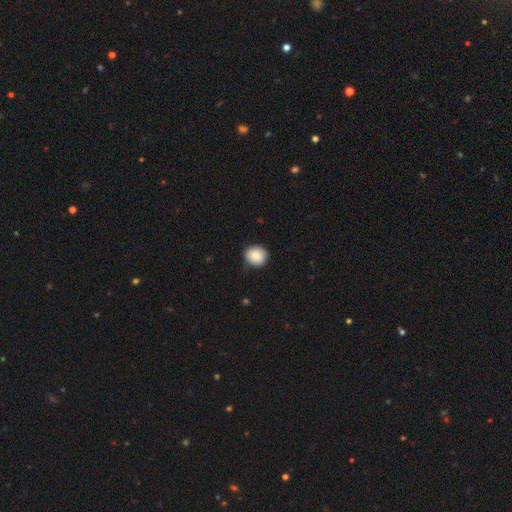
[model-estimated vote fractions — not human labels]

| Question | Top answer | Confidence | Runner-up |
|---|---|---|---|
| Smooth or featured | smooth | 87% | star or artifact (8%) |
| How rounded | round | 82% | in between (17%) |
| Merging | none | 87% | minor disturbance (10%) |